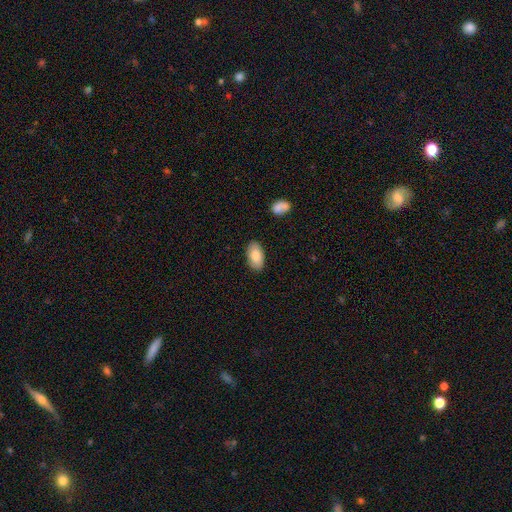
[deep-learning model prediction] Overall: smooth (84%). How rounded: in between (95%). Merging: none (87%).